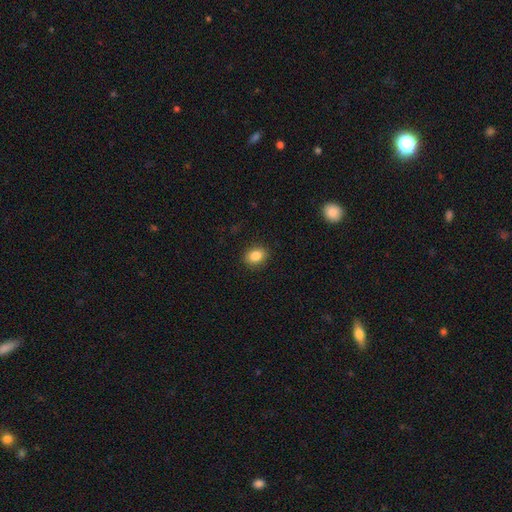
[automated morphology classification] A smooth galaxy with no disk features (86%) that is in between round and cigar-shaped (66%).

Vote fractions:
- Smooth or featured? smooth: 86% / star or artifact: 9% / featured or disk: 5%
- How rounded? in between: 66% / round: 33% / cigar-shaped: 1%
- Merging? none: 89% / minor disturbance: 8% / major disturbance: 2% / merger: 1%